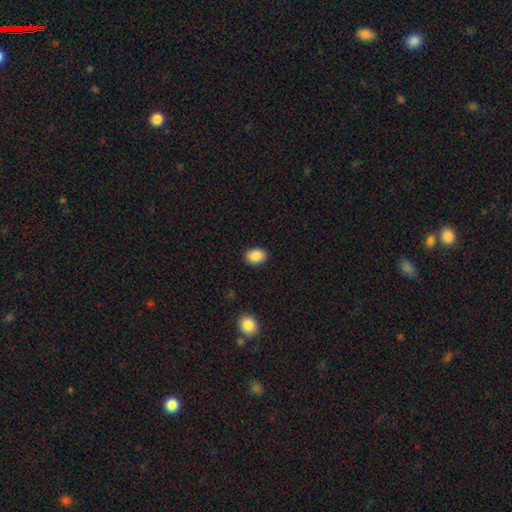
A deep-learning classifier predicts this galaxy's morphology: The model was most divided on "how rounded": in between: 64%, round: 35%, cigar-shaped: 1%. More confident: merging — none (89%); smooth or featured — smooth (88%).